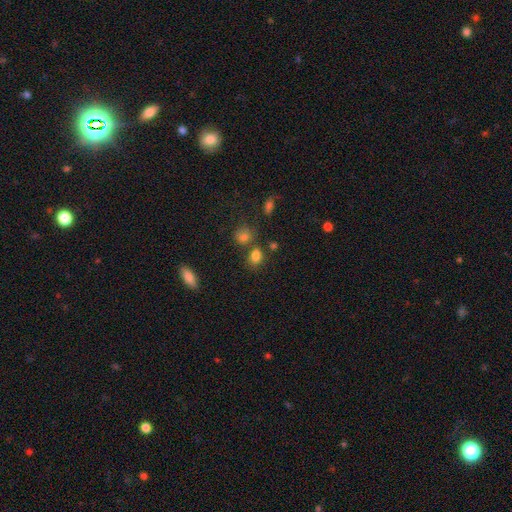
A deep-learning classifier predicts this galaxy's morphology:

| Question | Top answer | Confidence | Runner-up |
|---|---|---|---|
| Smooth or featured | smooth | 81% | star or artifact (13%) |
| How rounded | in between | 64% | round (34%) |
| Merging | none | 67% | merger (16%) |